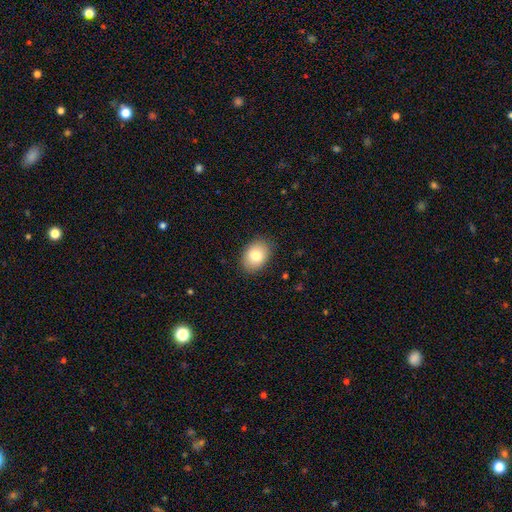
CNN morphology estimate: Smooth or featured: smooth — 81% (featured or disk — 11%)
How rounded: in between — 74% (round — 25%)
Merging: none — 87% (minor disturbance — 10%)